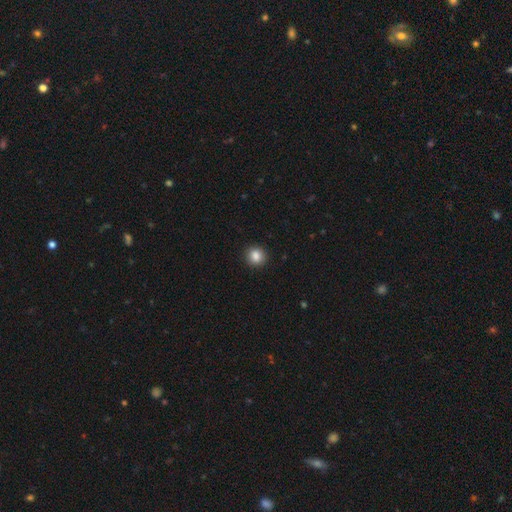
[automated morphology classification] smooth_or_featured: smooth (p=0.86) [alt: star or artifact p=0.10]
how_rounded: round (p=0.89) [alt: in between p=0.11]
merging: none (p=0.92) [alt: minor disturbance p=0.05]